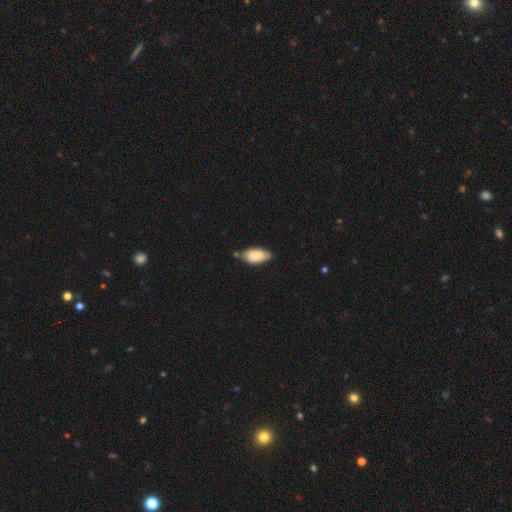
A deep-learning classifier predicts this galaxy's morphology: Q: Smooth or featured?
A: smooth (79%); runner-up: featured or disk (15%)
Q: How rounded?
A: in between (93%); runner-up: cigar-shaped (4%)
Q: Merging?
A: none (63%); runner-up: minor disturbance (27%)